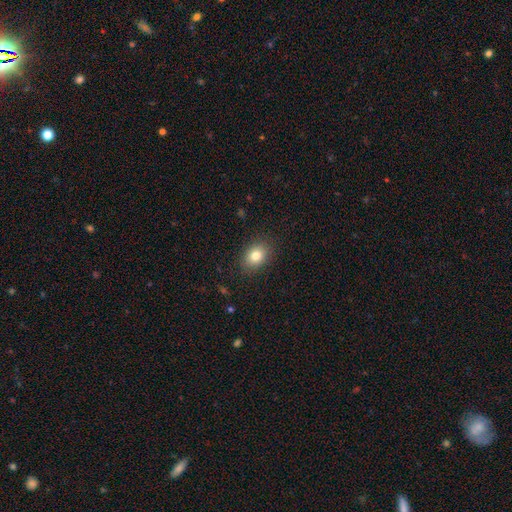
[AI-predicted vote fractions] This is clearly a smooth galaxy (81%). How rounded: likely in between (65%). Merging: clearly none (87%).